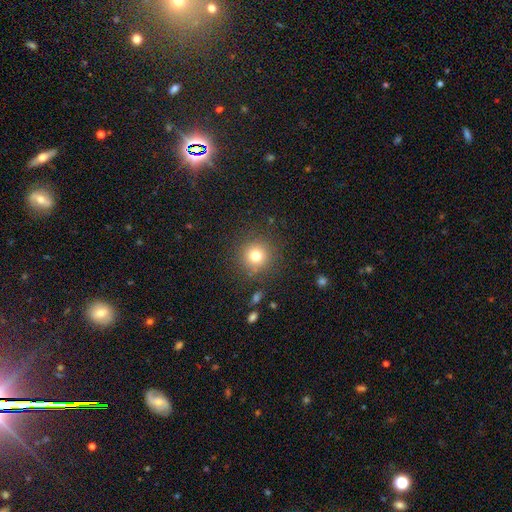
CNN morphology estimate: type=smooth (76%); roundness=round (94%); merging=none (87%).